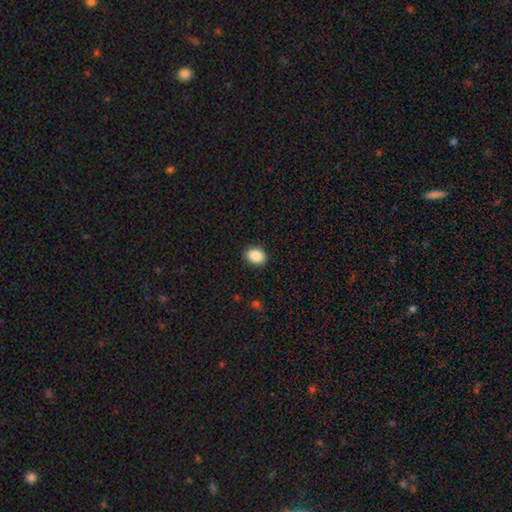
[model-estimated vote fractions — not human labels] smooth 89%, star or artifact 8%, featured or disk 3%. Down the decision tree: how rounded — in between (65%); merging — none (90%).